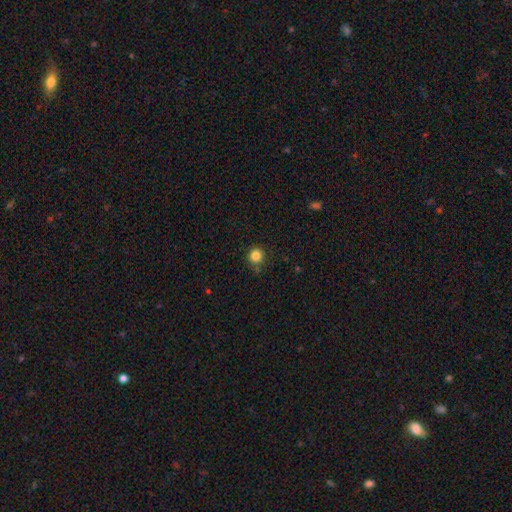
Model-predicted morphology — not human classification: Overall: smooth (84%). How rounded: round (92%). Merging: none (84%).